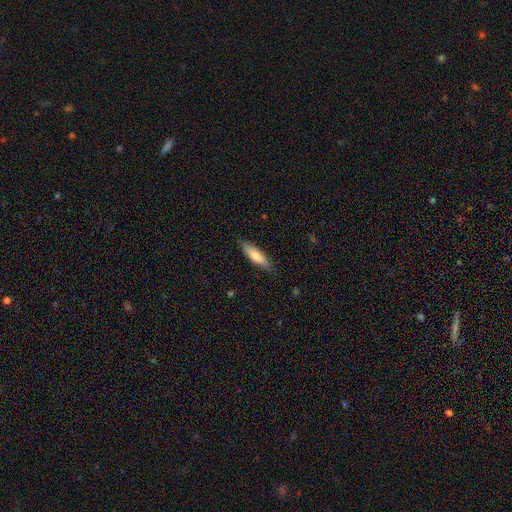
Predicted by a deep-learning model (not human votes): Overall: smooth (74%). How rounded: cigar-shaped (63%; in between 35%). Merging: none (85%).